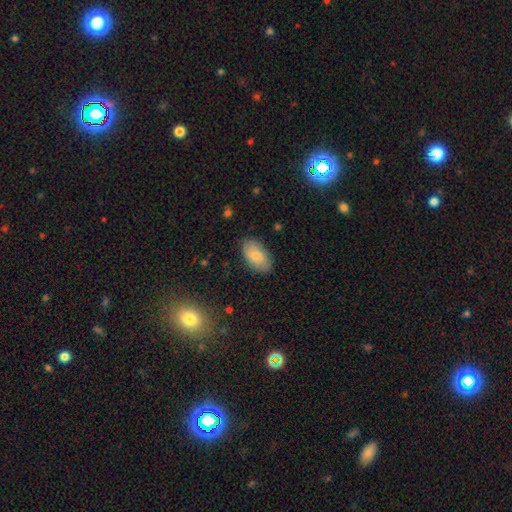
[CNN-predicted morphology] Smooth or featured? smooth (79%)
How rounded? in between (94%)
Merging? none (84%)